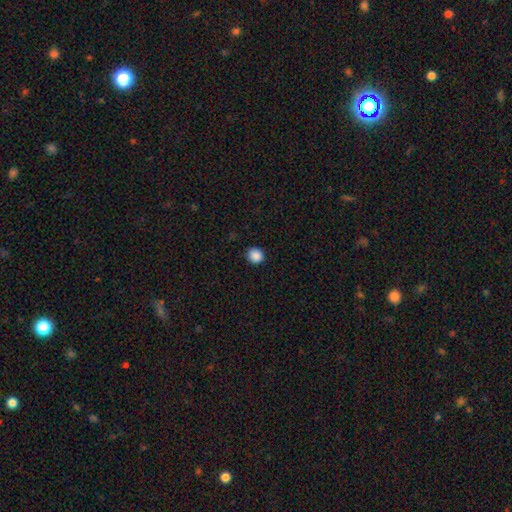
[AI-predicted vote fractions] smooth-or-featured: smooth: 88% | star or artifact: 10% | featured or disk: 2%
  how-rounded: round: 89% | in between: 10% | cigar-shaped: 1%
  merging: none: 90% | minor disturbance: 7% | major disturbance: 2% | merger: 1%